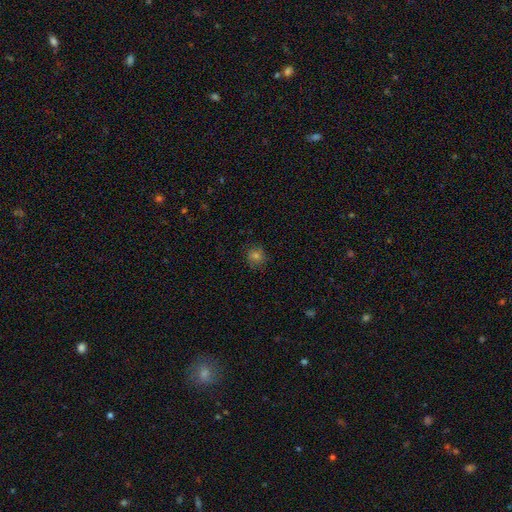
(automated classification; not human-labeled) Smooth or featured? Predicted: smooth (p=0.69). How rounded? Predicted: round (p=0.86). Merging? Predicted: none (p=0.85).